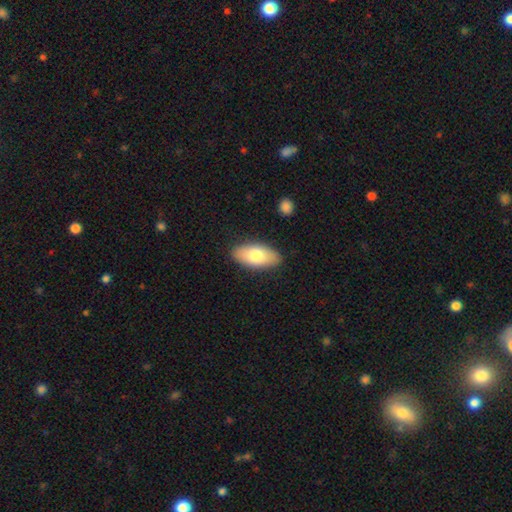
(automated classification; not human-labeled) Smooth or featured: smooth — 75% (featured or disk — 19%)
How rounded: in between — 91% (cigar-shaped — 7%)
Merging: none — 87% (minor disturbance — 9%)